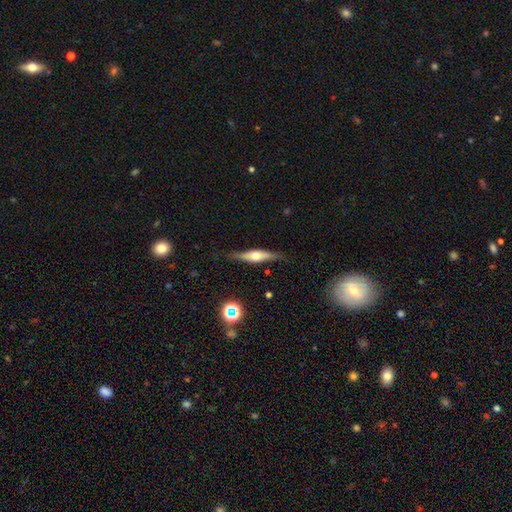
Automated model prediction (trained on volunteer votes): smooth_or_featured: featured or disk (p=0.63) [alt: smooth p=0.30]
disk_edge_on: yes (p=0.93) [alt: no p=0.07]
edge_on_bulge: rounded (p=0.90) [alt: boxy p=0.07]
merging: none (p=0.82) [alt: minor disturbance p=0.13]